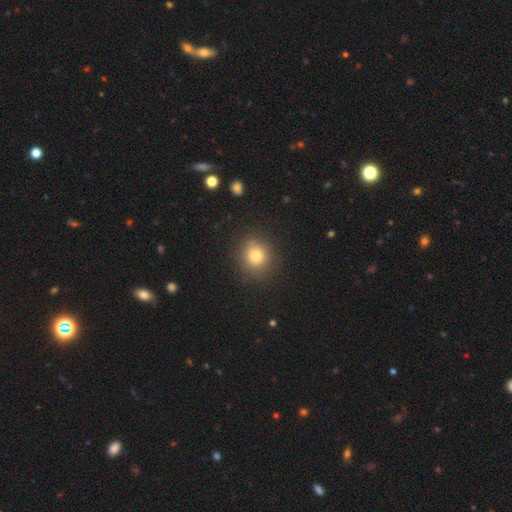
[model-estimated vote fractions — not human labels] Smooth or featured: smooth — 78% (star or artifact — 13%)
How rounded: round — 83% (in between — 16%)
Merging: none — 86% (minor disturbance — 10%)